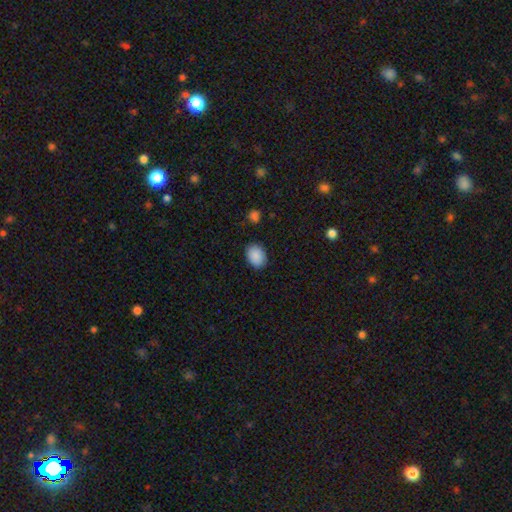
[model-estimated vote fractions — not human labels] This appears to be a smooth galaxy with no disk features (90%) that is in between round and cigar-shaped (70%). Merging: none (86%).